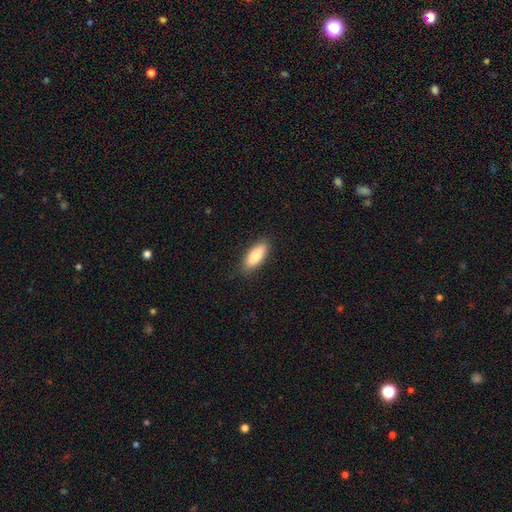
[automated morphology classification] This is clearly a smooth galaxy (83%). How rounded: likely in between (74%). Merging: clearly none (86%).